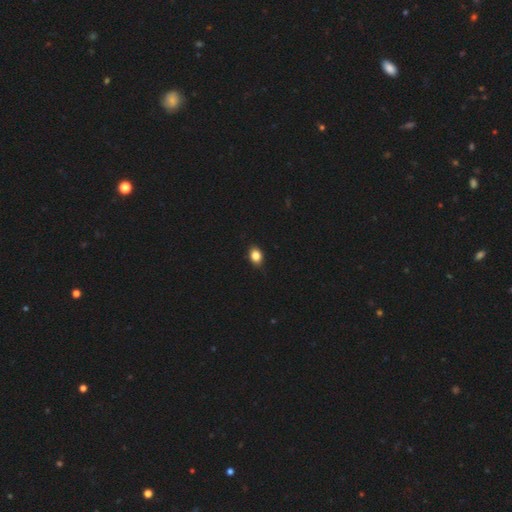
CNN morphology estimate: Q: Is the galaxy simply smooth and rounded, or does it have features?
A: smooth — 85%.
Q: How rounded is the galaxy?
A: in between — 68%.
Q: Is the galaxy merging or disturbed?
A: none — 86%.